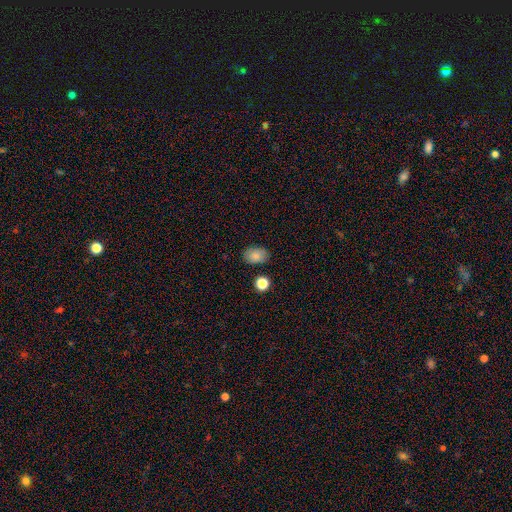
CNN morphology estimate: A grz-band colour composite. It shows a smooth galaxy with no disk features (84%) that is in between round and cigar-shaped (83%). Merging: none (83%).